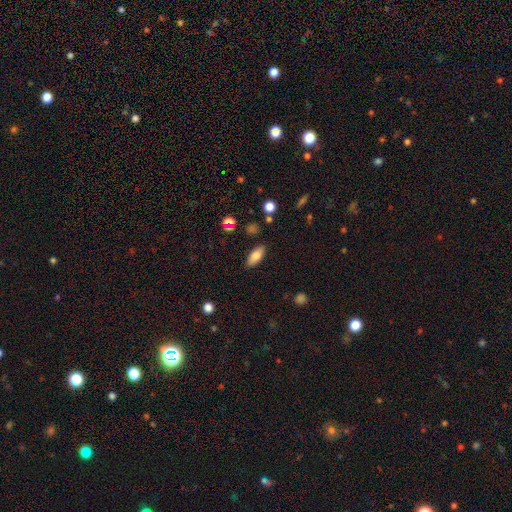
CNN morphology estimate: Smooth or featured?
  - smooth: 79% *
  - featured or disk: 13%
  - star or artifact: 8%
How rounded?
  - in between: 82% *
  - cigar-shaped: 15%
  - round: 3%
Merging?
  - none: 85% *
  - minor disturbance: 11%
  - major disturbance: 3%
  - merger: 2%